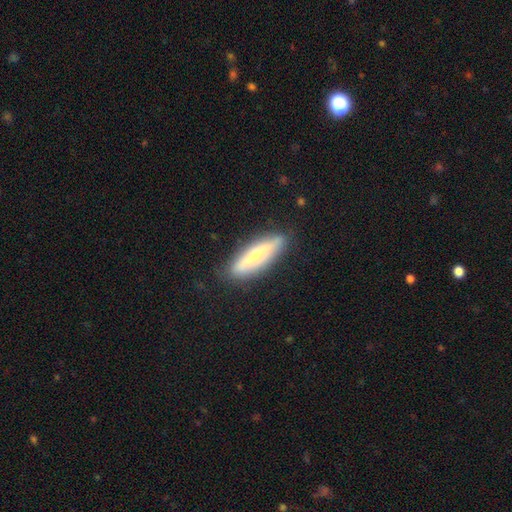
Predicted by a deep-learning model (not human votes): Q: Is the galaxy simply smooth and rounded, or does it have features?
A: smooth — 48%.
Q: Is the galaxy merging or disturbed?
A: none — 84%.